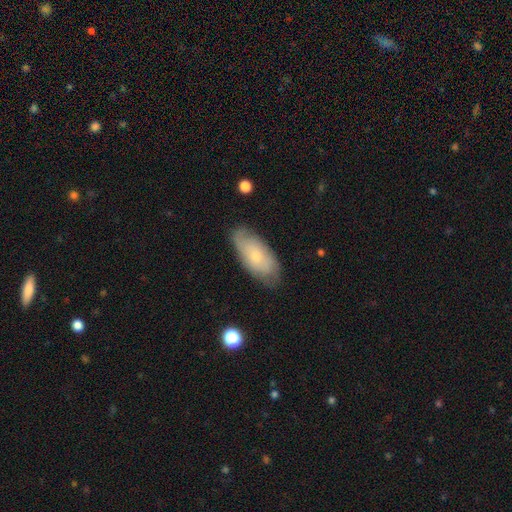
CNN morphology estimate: This is possibly a smooth galaxy (55%). How rounded: clearly in between (89%). Merging: likely none (75%).